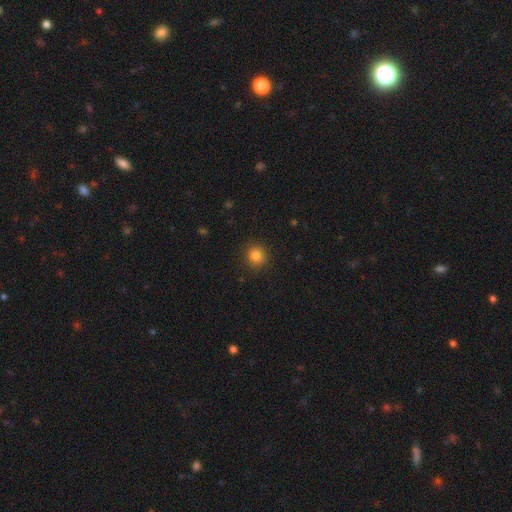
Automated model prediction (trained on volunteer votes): Morphology: type=smooth (83%); roundness=round (91%); merging=none (91%).